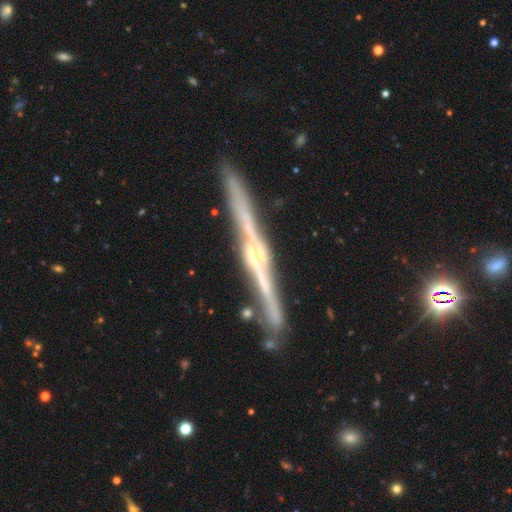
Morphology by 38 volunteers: smooth-or-featured: featured or disk: 92% | smooth: 8% | star or artifact: 0%
  disk-edge-on: yes: 94% | no: 6%
    edge-on-bulge: rounded: 79% | boxy: 15% | none: 6%
  merging: none: 95% | merger: 5% | minor disturbance: 0% | major disturbance: 0%